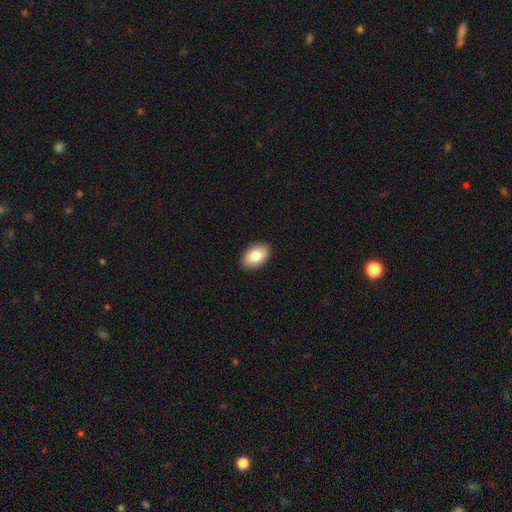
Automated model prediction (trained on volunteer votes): Smooth or featured: smooth — 83% (featured or disk — 10%)
How rounded: in between — 90% (round — 8%)
Merging: none — 91% (minor disturbance — 7%)